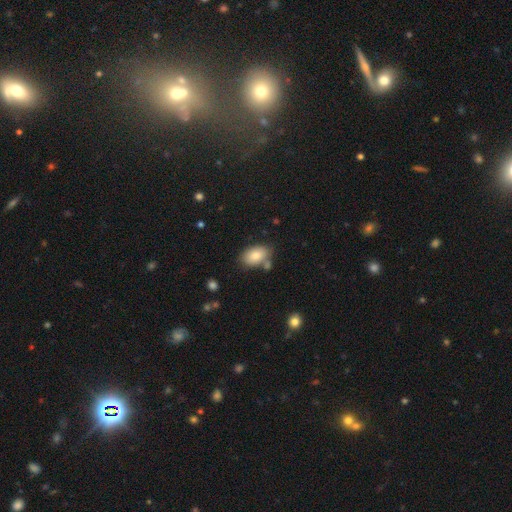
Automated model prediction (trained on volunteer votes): Overall: smooth (83%). How rounded: in between (91%). Merging: none (71%).